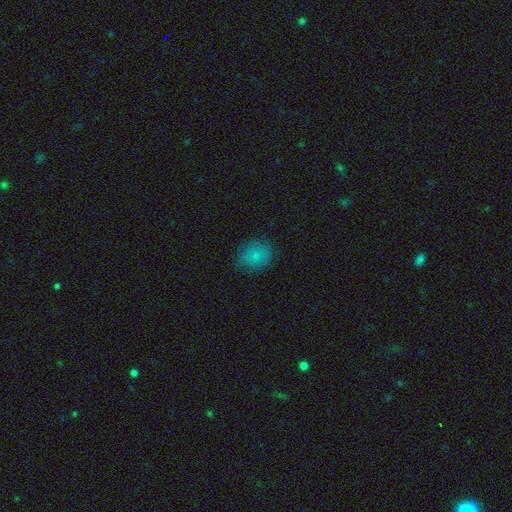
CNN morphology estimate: Overall: smooth (79%). How rounded: in between (53%; round 46%). Merging: none (71%).